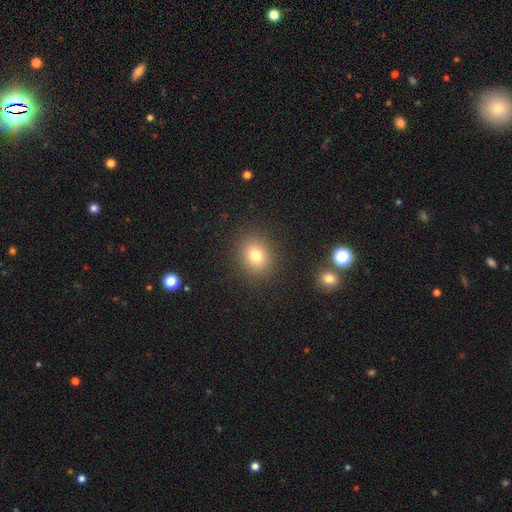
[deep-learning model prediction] smooth 77%, star or artifact 14%, featured or disk 9%. Down the decision tree: how rounded — round (67%); merging — none (88%).